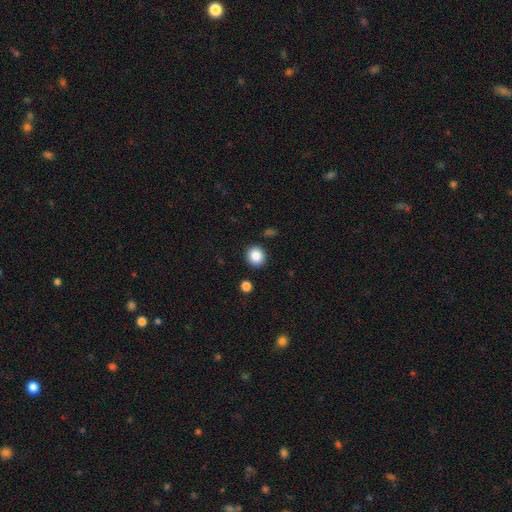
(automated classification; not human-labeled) This appears to be a smooth galaxy with no disk features (86%) that is round (86%). Merging: none (89%).